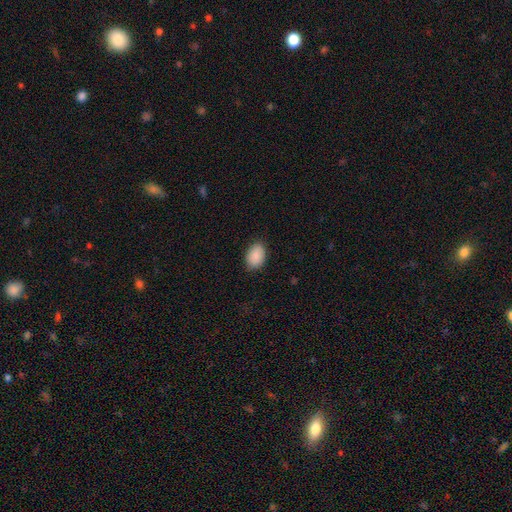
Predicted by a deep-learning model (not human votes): Smooth or featured? Predicted: smooth (p=0.90). How rounded? Predicted: in between (p=0.86). Merging? Predicted: none (p=0.86).